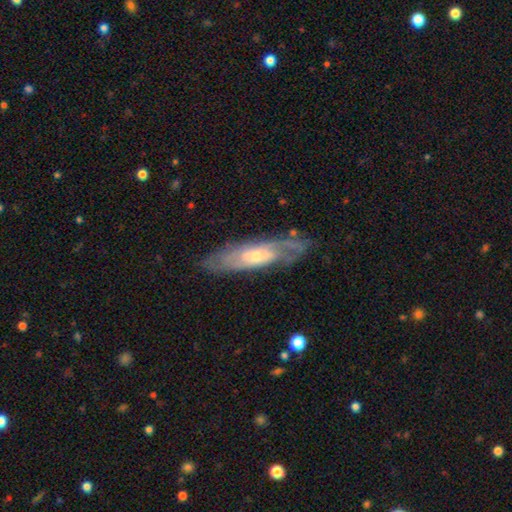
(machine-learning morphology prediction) smooth_or_featured: featured or disk (p=0.73) [alt: smooth p=0.21]
disk_edge_on: no (p=0.74) [alt: yes p=0.26]
bar: no (p=0.66) [alt: weak p=0.28]
has_spiral_arms: yes (p=0.86) [alt: no p=0.14]
bulge_size: small (p=0.55) [alt: moderate p=0.37]
merging: none (p=0.71) [alt: minor disturbance p=0.19]